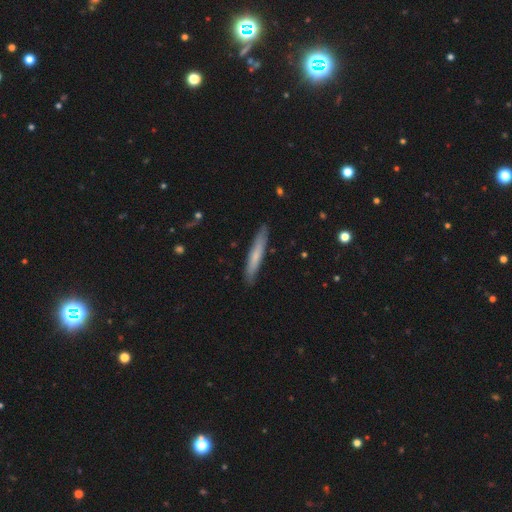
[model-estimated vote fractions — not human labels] This is likely a smooth galaxy (64%). How rounded: clearly cigar-shaped (94%). Merging: clearly none (88%).